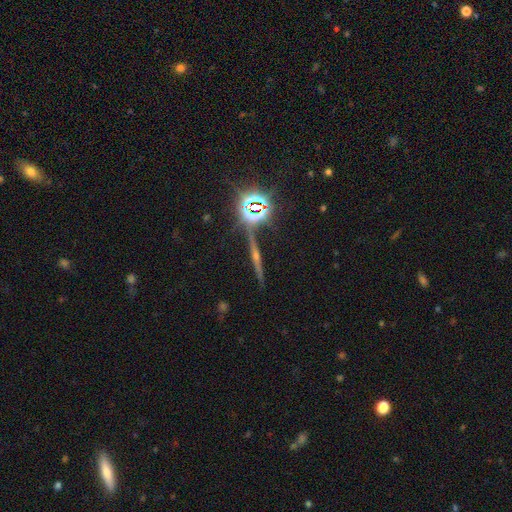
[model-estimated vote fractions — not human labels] Smooth or featured? Predicted: star or artifact (p=0.55).